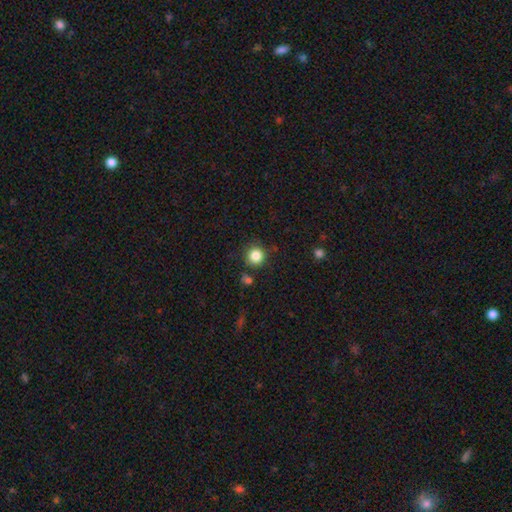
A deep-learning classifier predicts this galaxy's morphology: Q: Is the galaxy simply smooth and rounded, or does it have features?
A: smooth — 84%.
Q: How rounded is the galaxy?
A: round — 92%.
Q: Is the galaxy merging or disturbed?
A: none — 84%.